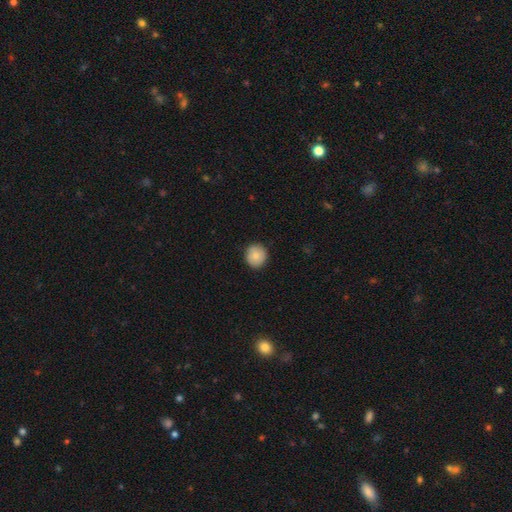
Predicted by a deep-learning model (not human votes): Smooth or featured: smooth — 82% (featured or disk — 11%)
How rounded: round — 89% (in between — 10%)
Merging: none — 88% (minor disturbance — 9%)